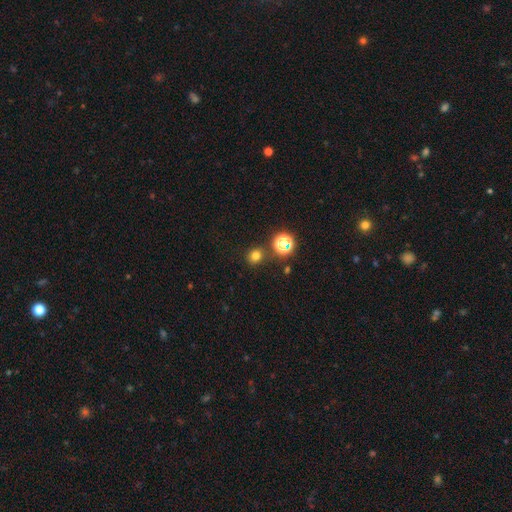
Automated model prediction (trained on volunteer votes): The model was most divided on "smooth or featured": smooth: 73%, star or artifact: 22%, featured or disk: 6%. More confident: how rounded — round (86%); merging — none (85%).